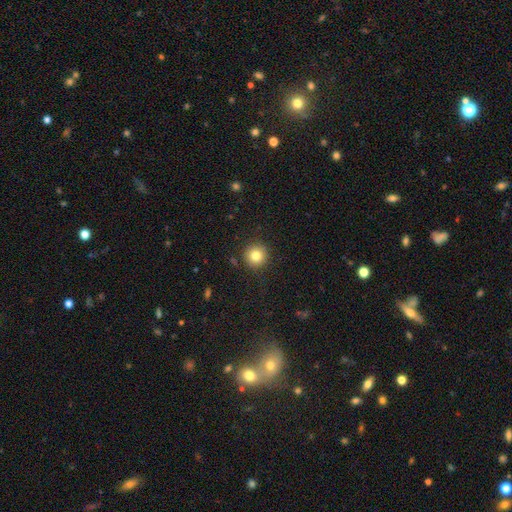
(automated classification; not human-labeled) A smooth galaxy with no disk features (81%) that is round (95%).

Vote fractions:
- Smooth or featured? smooth: 81% / star or artifact: 11% / featured or disk: 8%
- How rounded? round: 95% / in between: 4% / cigar-shaped: 1%
- Merging? none: 90% / minor disturbance: 6% / major disturbance: 2% / merger: 1%